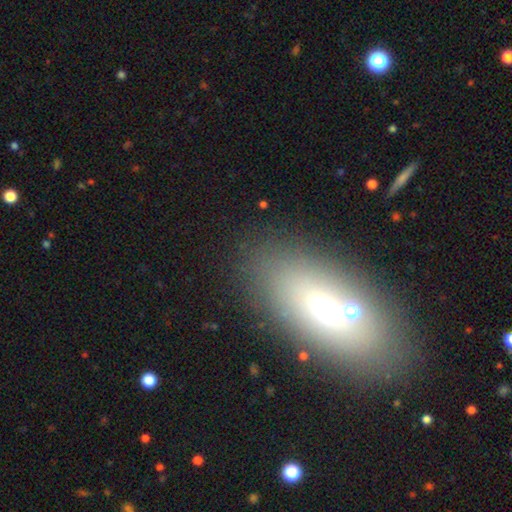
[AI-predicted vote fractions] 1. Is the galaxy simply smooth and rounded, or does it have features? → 55% smooth, 25% featured or disk, 20% star or artifact.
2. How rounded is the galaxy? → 78% in between, 13% cigar-shaped, 10% round.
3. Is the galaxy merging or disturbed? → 73% none, 14% merger, 9% minor disturbance, 4% major disturbance.